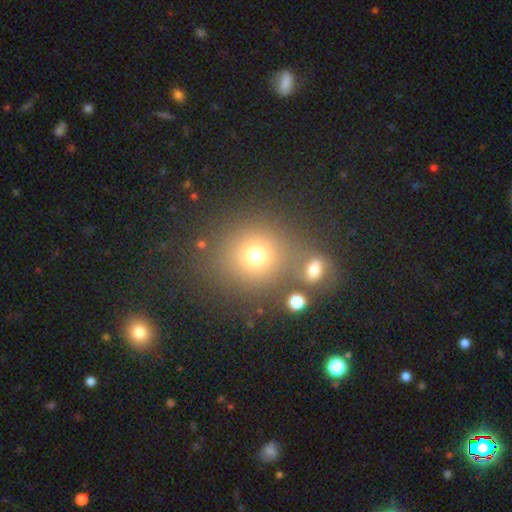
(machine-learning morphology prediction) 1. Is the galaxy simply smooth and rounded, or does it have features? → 72% smooth, 17% star or artifact, 10% featured or disk.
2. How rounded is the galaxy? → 86% round, 13% in between, 1% cigar-shaped.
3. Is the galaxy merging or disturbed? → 65% none, 20% merger, 9% minor disturbance, 5% major disturbance.